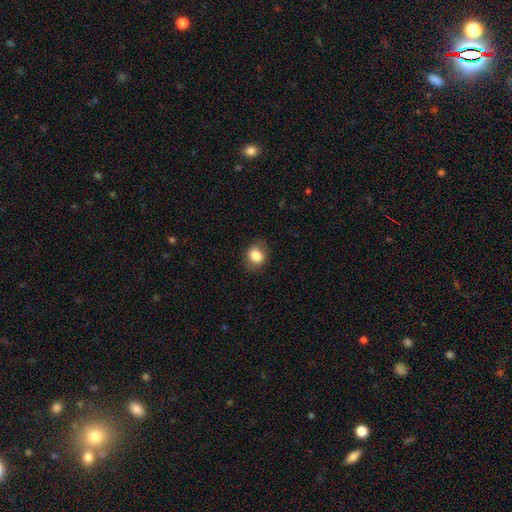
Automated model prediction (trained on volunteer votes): Smooth or featured?
  - smooth: 83% *
  - star or artifact: 9%
  - featured or disk: 7%
How rounded?
  - round: 61% *
  - in between: 38%
  - cigar-shaped: 1%
Merging?
  - none: 82% *
  - minor disturbance: 13%
  - major disturbance: 4%
  - merger: 1%